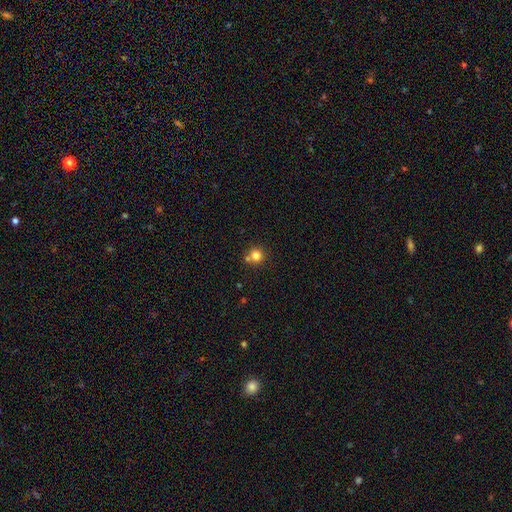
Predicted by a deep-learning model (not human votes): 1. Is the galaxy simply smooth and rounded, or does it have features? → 80% smooth, 13% star or artifact, 7% featured or disk.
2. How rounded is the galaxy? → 92% round, 7% in between, 1% cigar-shaped.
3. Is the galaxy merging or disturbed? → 66% none, 23% merger, 9% minor disturbance, 3% major disturbance.